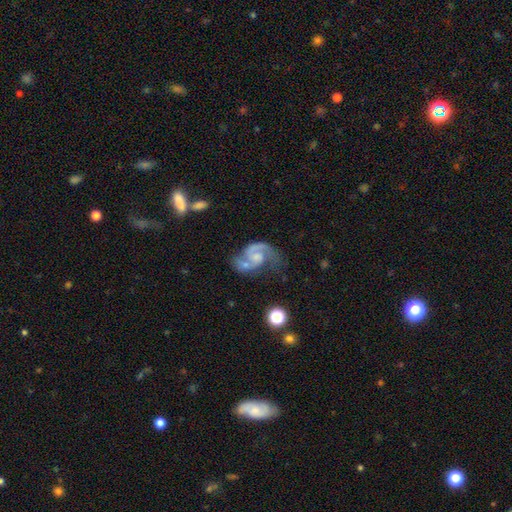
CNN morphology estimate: Smooth or featured? featured or disk (84%)
Edge-on disk? no (98%)
Bar? no (61%)
Spiral arms? yes (95%)
Spiral winding? medium (52%)
Spiral arm count? 2 (77%)
Bulge size? small (35%)
Merging? none (34%)